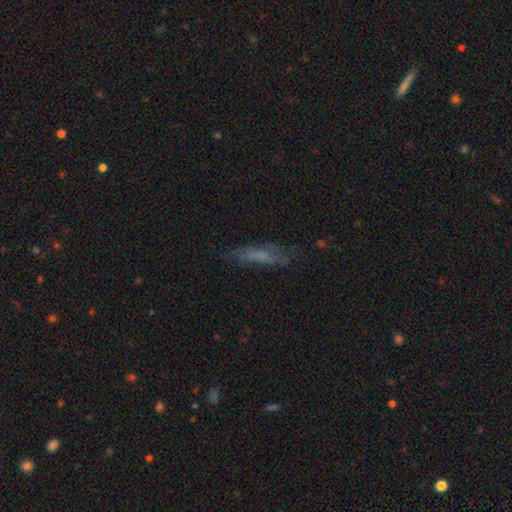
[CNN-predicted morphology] Q: Smooth or featured?
A: smooth (45%); runner-up: featured or disk (37%)
Q: Merging?
A: none (73%); runner-up: minor disturbance (18%)